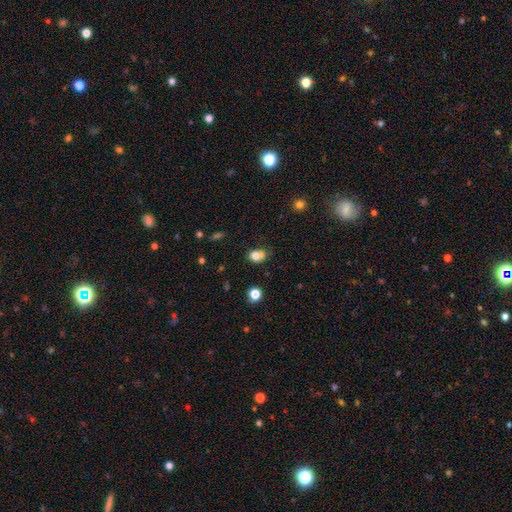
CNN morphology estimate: A smooth galaxy with no disk features (75%) that is round (63%). Merging: none (45%).